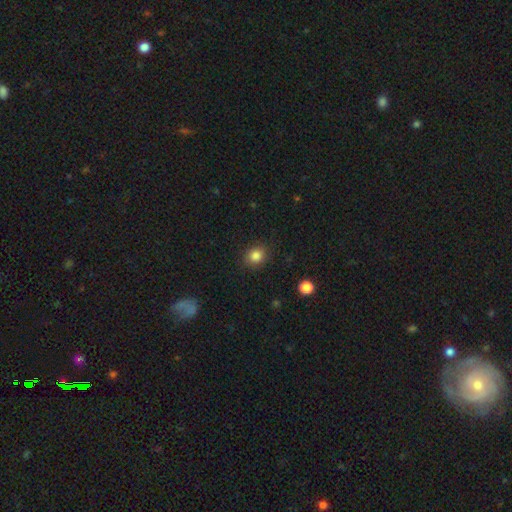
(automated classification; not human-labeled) smooth 84%, star or artifact 11%, featured or disk 5%. Down the decision tree: how rounded — round (69%); merging — none (88%).